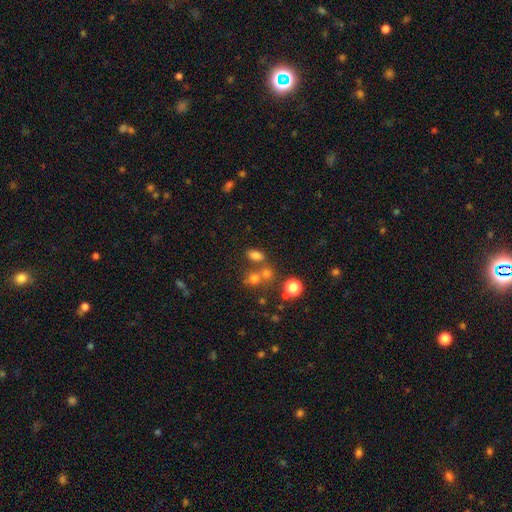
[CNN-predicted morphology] A smooth galaxy with no disk features (74%) that is in between round and cigar-shaped (78%). Merging: none (62%).